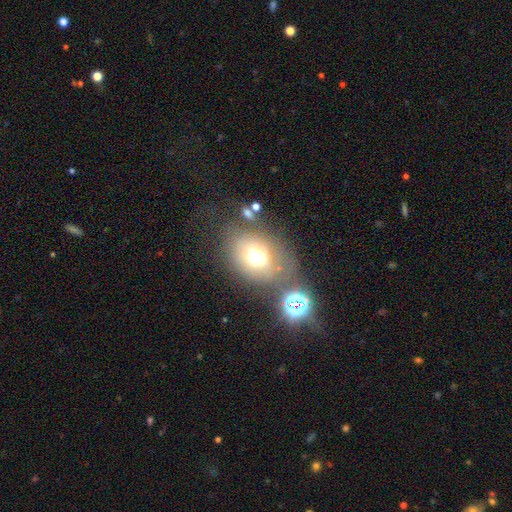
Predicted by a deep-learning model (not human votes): smooth_or_featured: smooth (p=0.65) [alt: star or artifact p=0.18]
how_rounded: in between (p=0.51) [alt: round p=0.48]
merging: none (p=0.56) [alt: minor disturbance p=0.17]